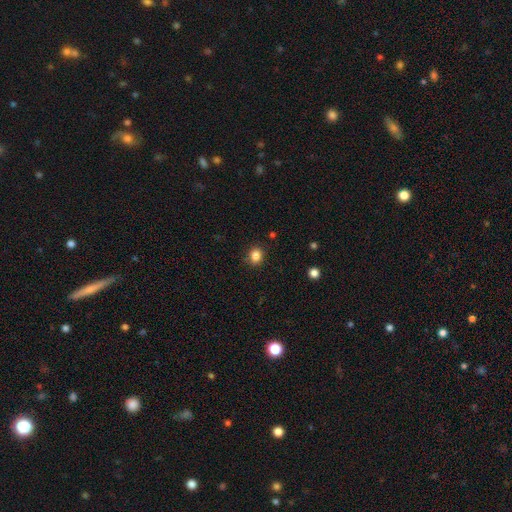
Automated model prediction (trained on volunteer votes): A smooth galaxy with no disk features (83%) that is round (67%). Merging: none (87%).